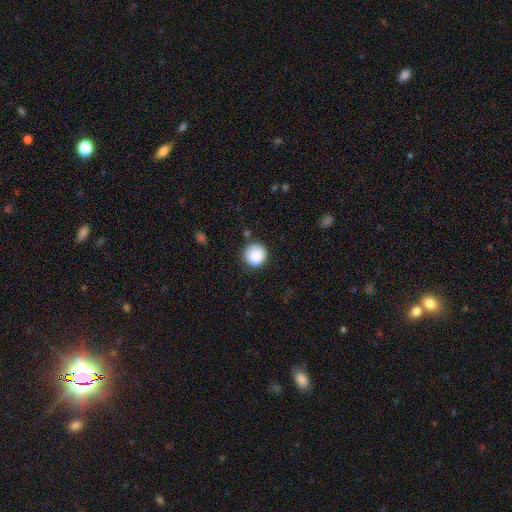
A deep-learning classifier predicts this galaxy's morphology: smooth-or-featured: smooth: 87% | star or artifact: 8% | featured or disk: 5%
  how-rounded: round: 95% | in between: 5% | cigar-shaped: 1%
  merging: none: 82% | minor disturbance: 12% | major disturbance: 3% | merger: 3%